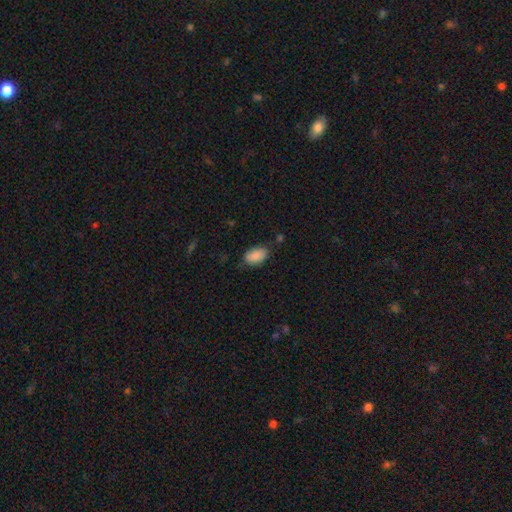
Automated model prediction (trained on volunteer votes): A smooth galaxy with no disk features (88%) that is in between round and cigar-shaped (93%).

Vote fractions:
- Smooth or featured? smooth: 88% / star or artifact: 7% / featured or disk: 5%
- How rounded? in between: 93% / round: 6% / cigar-shaped: 2%
- Merging? none: 72% / minor disturbance: 21% / major disturbance: 4% / merger: 2%